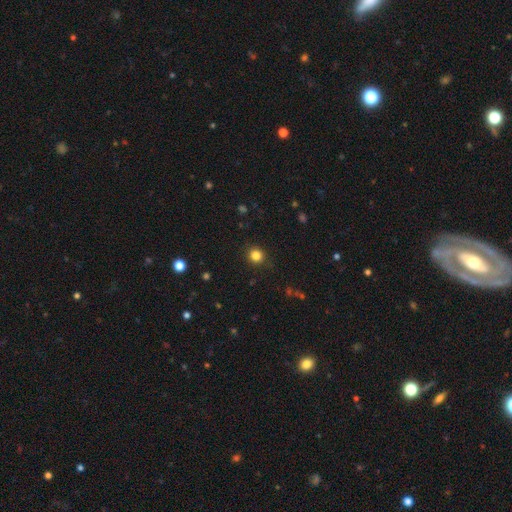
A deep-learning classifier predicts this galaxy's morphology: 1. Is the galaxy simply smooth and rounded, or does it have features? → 83% smooth, 13% star or artifact, 4% featured or disk.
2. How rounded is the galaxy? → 90% round, 9% in between, 1% cigar-shaped.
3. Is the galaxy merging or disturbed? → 90% none, 7% minor disturbance, 2% major disturbance, 1% merger.